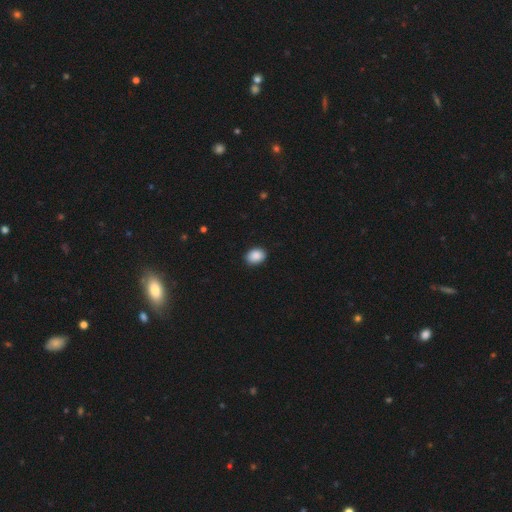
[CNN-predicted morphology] Q: Smooth or featured?
A: smooth (89%); runner-up: star or artifact (8%)
Q: How rounded?
A: in between (65%); runner-up: round (34%)
Q: Merging?
A: none (89%); runner-up: minor disturbance (8%)